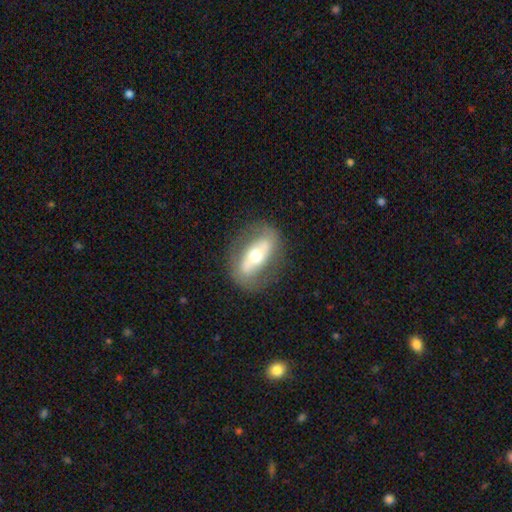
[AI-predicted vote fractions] smooth_or_featured: featured or disk (p=0.60) [alt: smooth p=0.34]
disk_edge_on: no (p=0.81) [alt: yes p=0.19]
merging: none (p=0.79) [alt: minor disturbance p=0.13]